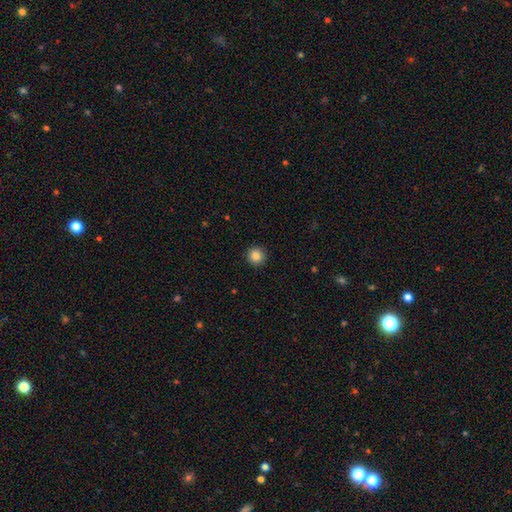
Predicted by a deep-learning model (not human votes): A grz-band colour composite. It shows a smooth galaxy with no disk features (85%) that is round (95%). Merging: none (93%).